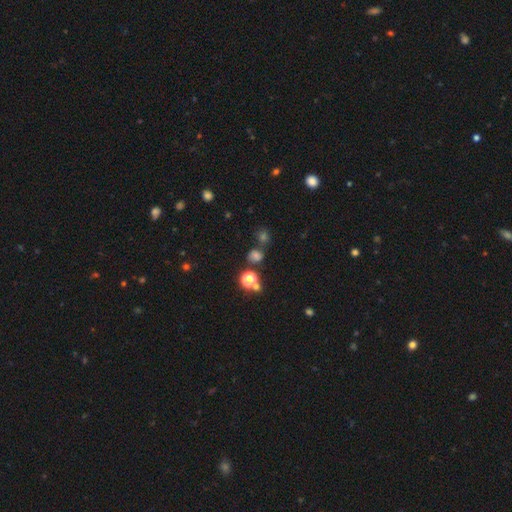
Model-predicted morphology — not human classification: The model was most divided on "smooth or featured": smooth: 62%, star or artifact: 29%, featured or disk: 8%. More confident: how rounded — round (76%); merging — none (63%).